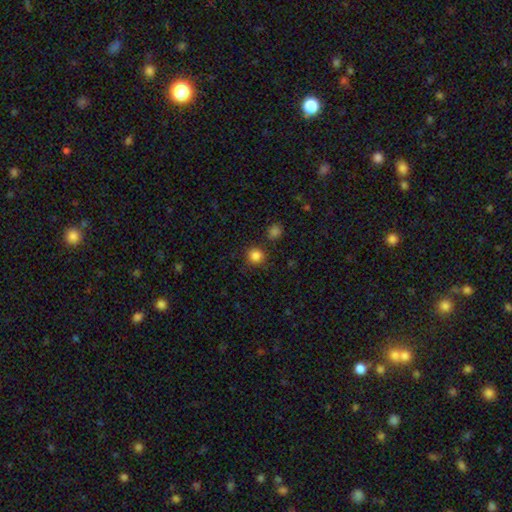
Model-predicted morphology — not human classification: Smooth or featured? Predicted: smooth (p=0.84). How rounded? Predicted: round (p=0.93). Merging? Predicted: none (p=0.86).